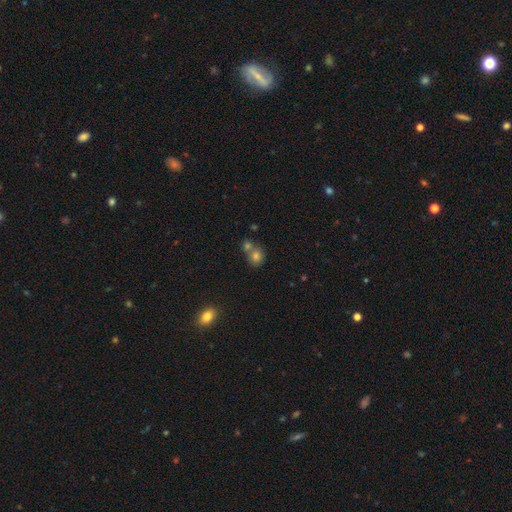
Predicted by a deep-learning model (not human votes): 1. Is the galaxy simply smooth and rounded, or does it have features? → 76% smooth, 14% star or artifact, 10% featured or disk.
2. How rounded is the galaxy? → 77% round, 22% in between, 1% cigar-shaped.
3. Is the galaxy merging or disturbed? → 47% merger, 43% none, 8% minor disturbance, 3% major disturbance.